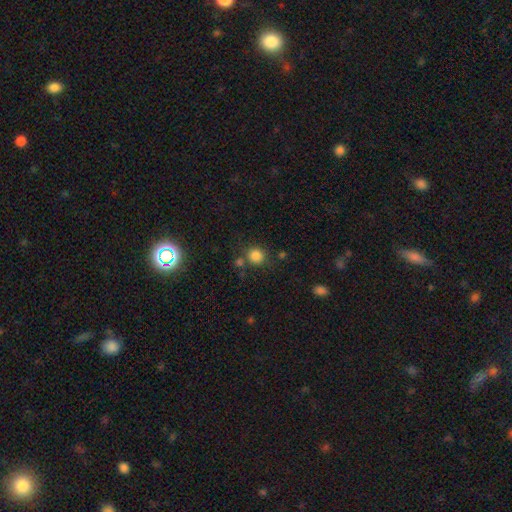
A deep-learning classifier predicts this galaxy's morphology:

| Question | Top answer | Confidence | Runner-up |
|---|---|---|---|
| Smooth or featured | smooth | 82% | star or artifact (13%) |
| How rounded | round | 87% | in between (12%) |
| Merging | none | 72% | merger (12%) |